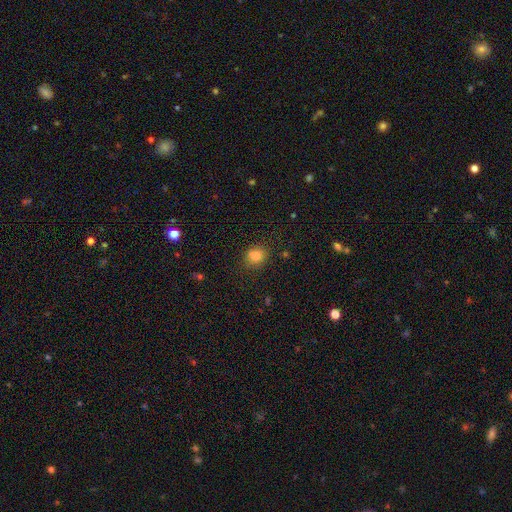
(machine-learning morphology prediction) This appears to be a smooth galaxy with no disk features (79%) that is round (67%). Merging: none (71%).